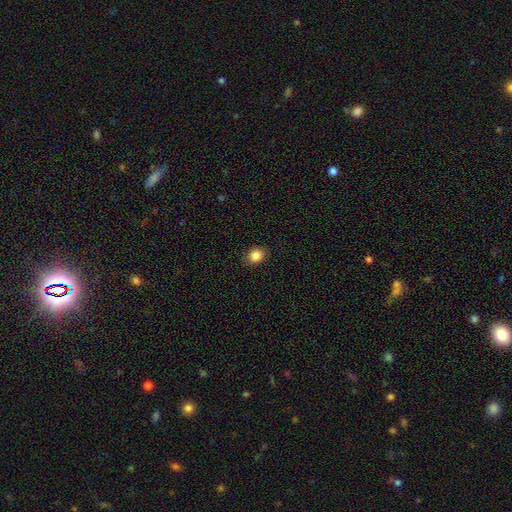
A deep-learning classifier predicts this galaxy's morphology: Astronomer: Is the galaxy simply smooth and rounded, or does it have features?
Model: smooth — 86%.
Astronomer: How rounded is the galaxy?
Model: round — 56% (runner-up: in between, 43%).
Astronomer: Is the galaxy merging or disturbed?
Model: none — 88%.